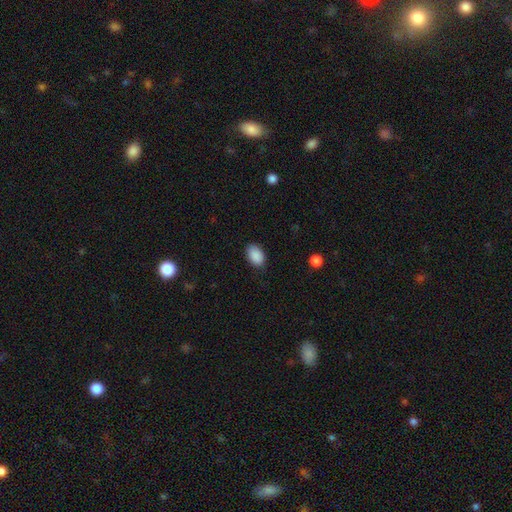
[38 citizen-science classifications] A smooth galaxy with no disk features (89%) that is in between round and cigar-shaped (79%). Merging: none (86%).